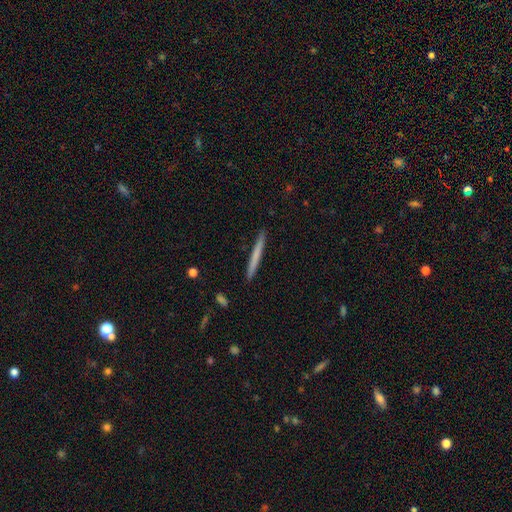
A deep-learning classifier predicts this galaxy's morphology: Overall: smooth (64%; featured or disk 30%). How rounded: cigar-shaped (97%). Merging: none (92%).